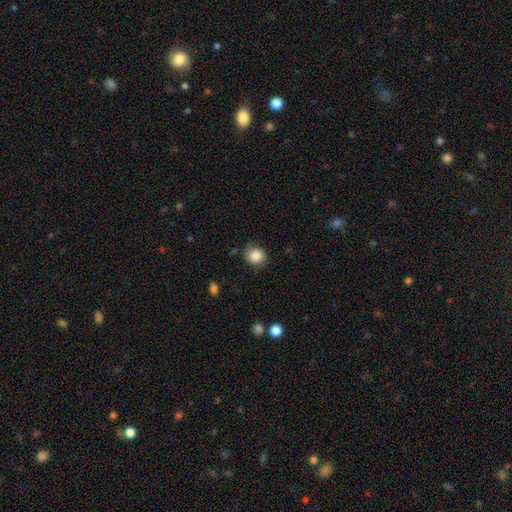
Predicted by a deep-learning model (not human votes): Overall: smooth (83%). How rounded: round (80%). Merging: none (78%).